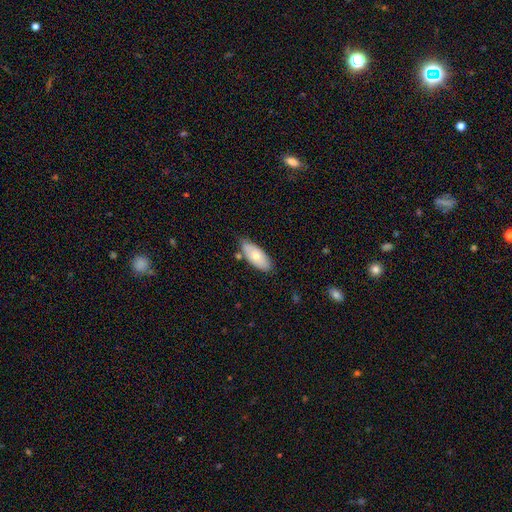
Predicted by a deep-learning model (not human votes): smooth-or-featured: smooth: 70% | featured or disk: 24% | star or artifact: 6%
  how-rounded: in between: 87% | cigar-shaped: 10% | round: 2%
  merging: none: 74% | minor disturbance: 18% | merger: 5% | major disturbance: 3%